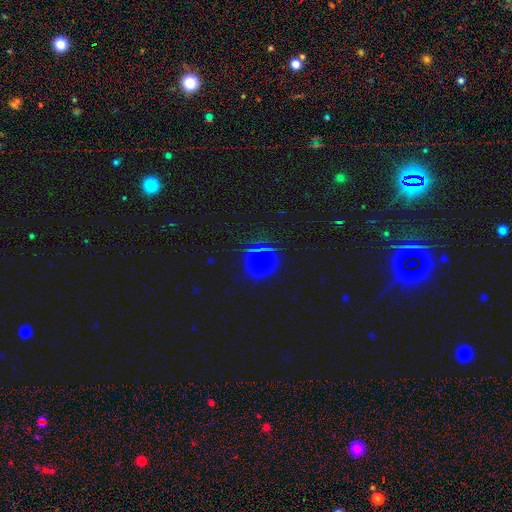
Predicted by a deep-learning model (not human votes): This appears to be a smooth galaxy with no disk features (51%) that is round (86%). Merging: none (80%).